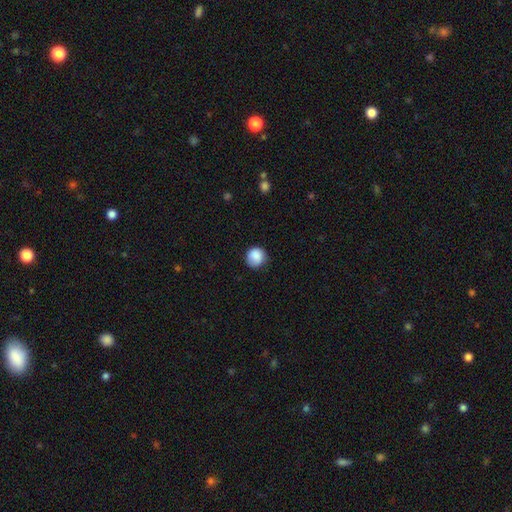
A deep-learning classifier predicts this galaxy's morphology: Smooth or featured: smooth — 87% (star or artifact — 8%)
How rounded: round — 90% (in between — 9%)
Merging: none — 74% (minor disturbance — 20%)